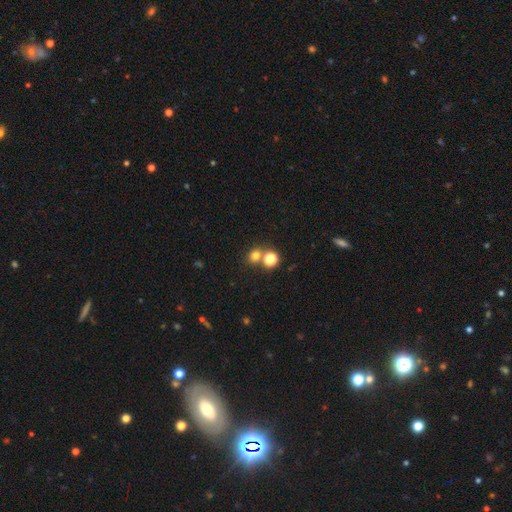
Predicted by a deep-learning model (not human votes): Overall: smooth (74%). How rounded: round (77%). Merging: none (61%; merger 29%).